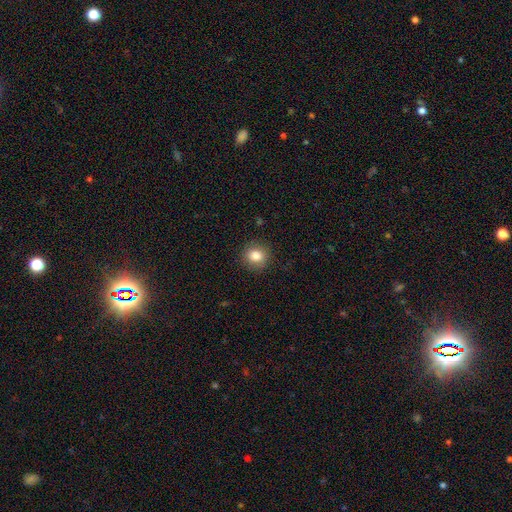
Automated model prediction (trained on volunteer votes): Smooth or featured?
  - smooth: 83% *
  - star or artifact: 10%
  - featured or disk: 7%
How rounded?
  - round: 84% *
  - in between: 15%
  - cigar-shaped: 1%
Merging?
  - none: 90% *
  - minor disturbance: 7%
  - major disturbance: 2%
  - merger: 1%